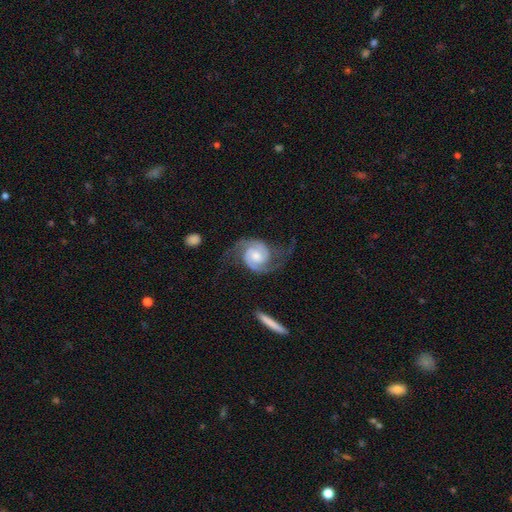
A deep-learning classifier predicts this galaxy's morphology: This appears to be a featured or disk galaxy (90%) with no bar (58%), 2 (93%) medium (51%) spiral arms (98%) and a moderate central bulge (56%). Merging: none (66%).